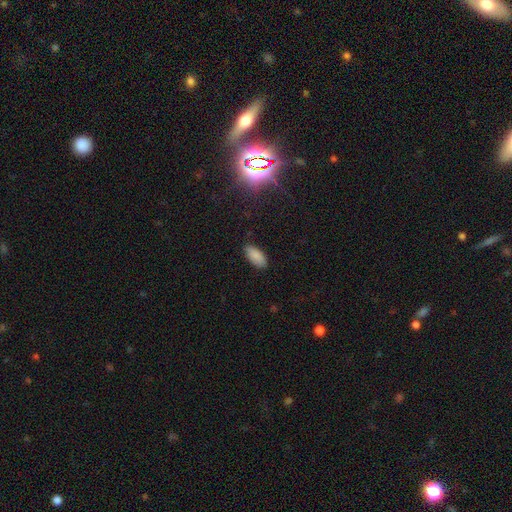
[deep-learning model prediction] Smooth or featured? Predicted: smooth (p=0.87). How rounded? Predicted: in between (p=0.92). Merging? Predicted: none (p=0.83).